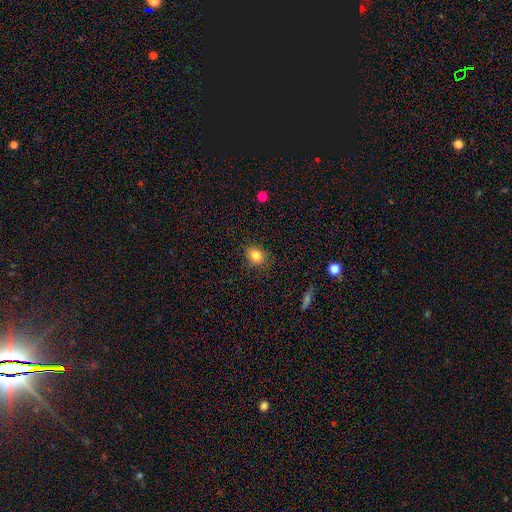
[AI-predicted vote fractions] The model was most divided on "how rounded": in between: 51%, round: 48%, cigar-shaped: 1%. More confident: merging — none (83%); smooth or featured — smooth (83%).